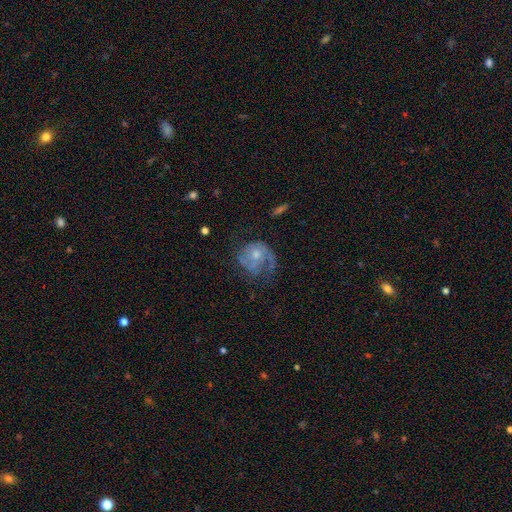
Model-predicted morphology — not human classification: Smooth or featured?
  - featured or disk: 68% *
  - smooth: 25%
  - star or artifact: 7%
Edge-on disk?
  - no: 98% *
  - yes: 2%
Bar?
  - no: 79% *
  - weak: 19%
  - strong: 2%
Spiral arms?
  - yes: 80% *
  - no: 20%
Spiral winding?
  - medium: 38% *
  - tight: 35%
  - loose: 27%
Spiral arm count?
  - 1: 45% *
  - 2: 24%
  - can't tell: 20%
  - 3: 7%
  - 4: 2%
  - more than 4: 2%
Bulge size?
  - moderate: 51% *
  - small: 36%
  - none: 6%
  - large: 5%
  - dominant: 1%
Merging?
  - none: 40% *
  - major disturbance: 34%
  - minor disturbance: 23%
  - merger: 3%